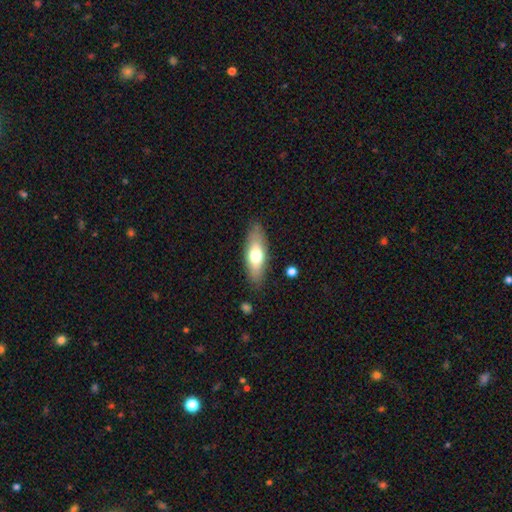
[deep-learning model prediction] The model was most divided on "smooth or featured": smooth: 61%, featured or disk: 33%, star or artifact: 6%. More confident: merging — none (85%); how rounded — in between (64%).